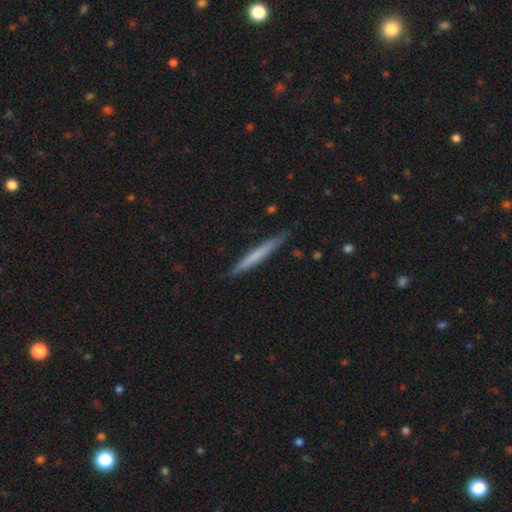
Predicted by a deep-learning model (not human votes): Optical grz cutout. It shows a smooth galaxy with no disk features (61%) that is cigar-shaped (97%). Merging: none (87%).